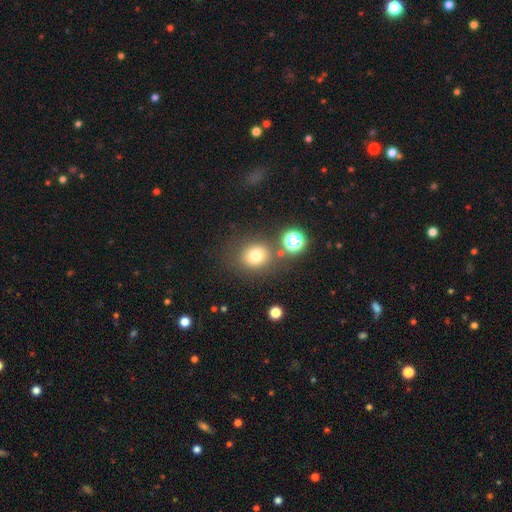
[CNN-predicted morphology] A smooth galaxy with no disk features (75%) that is round (75%).

Vote fractions:
- Smooth or featured? smooth: 75% / star or artifact: 15% / featured or disk: 10%
- How rounded? round: 75% / in between: 24% / cigar-shaped: 1%
- Merging? none: 74% / minor disturbance: 11% / merger: 9% / major disturbance: 5%